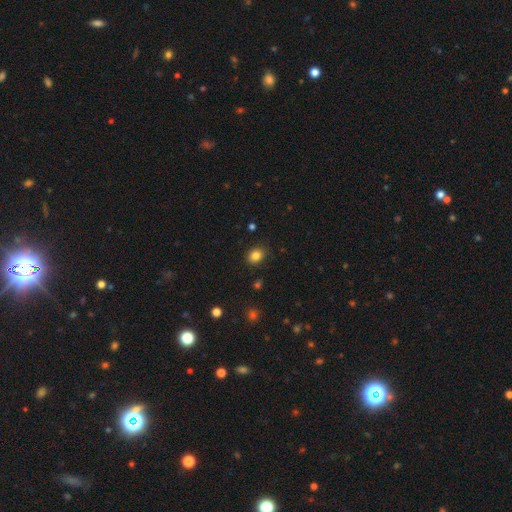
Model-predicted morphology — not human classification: Smooth or featured? Predicted: smooth (p=0.84). How rounded? Predicted: round (p=0.57). Merging? Predicted: none (p=0.88).